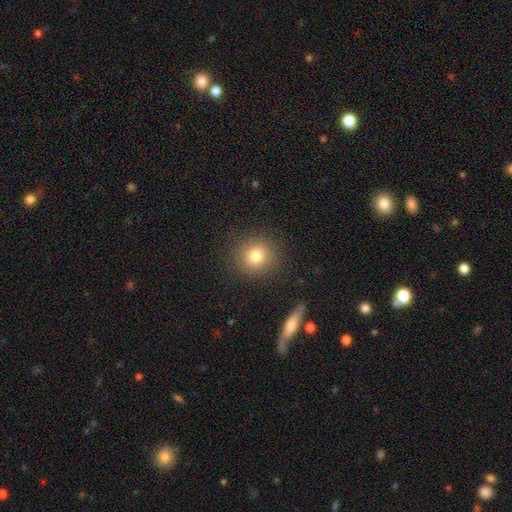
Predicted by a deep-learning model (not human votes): A smooth galaxy with no disk features (78%) that is round (90%). Merging: none (88%).